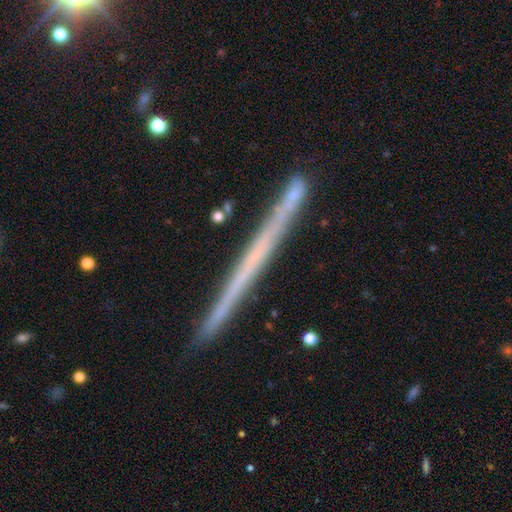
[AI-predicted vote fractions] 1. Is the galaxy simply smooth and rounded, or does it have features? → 62% featured or disk, 31% smooth, 7% star or artifact.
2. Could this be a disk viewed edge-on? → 98% yes, 2% no.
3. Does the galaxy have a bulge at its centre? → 93% none, 5% rounded, 3% boxy.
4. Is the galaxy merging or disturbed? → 89% none, 8% minor disturbance, 2% merger, 1% major disturbance.